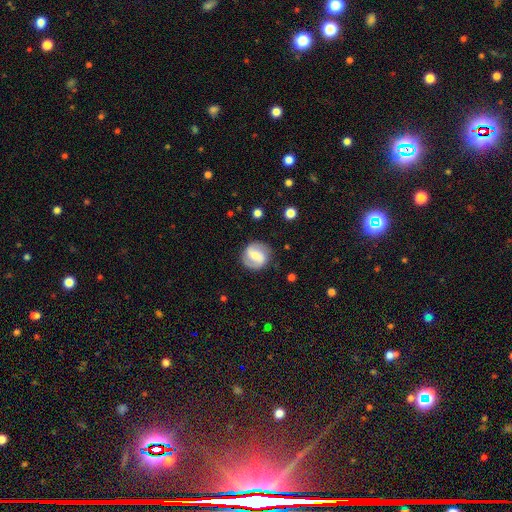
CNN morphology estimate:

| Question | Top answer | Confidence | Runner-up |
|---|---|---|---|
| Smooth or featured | featured or disk | 67% | smooth (27%) |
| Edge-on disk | no | 97% | yes (3%) |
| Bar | weak | 42% | strong (39%) |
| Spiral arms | yes | 88% | no (12%) |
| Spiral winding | medium | 44% | loose (32%) |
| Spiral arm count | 2 | 89% | can't tell (6%) |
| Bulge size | moderate | 43% | small (42%) |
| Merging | none | 83% | minor disturbance (11%) |